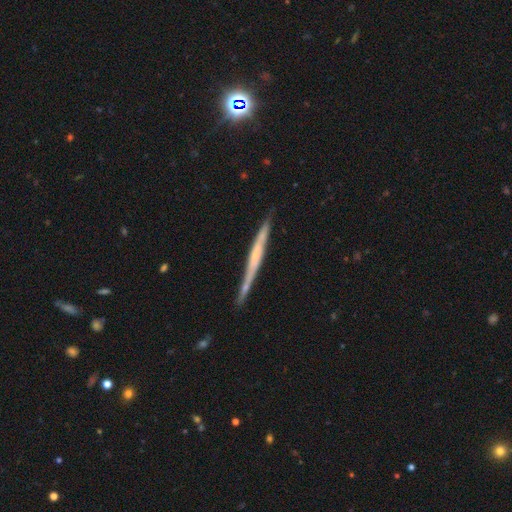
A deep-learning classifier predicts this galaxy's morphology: smooth_or_featured: featured or disk (p=0.65) [alt: smooth p=0.29]
disk_edge_on: yes (p=0.96) [alt: no p=0.04]
edge_on_bulge: none (p=0.66) [alt: rounded p=0.23]
merging: none (p=0.79) [alt: minor disturbance p=0.15]